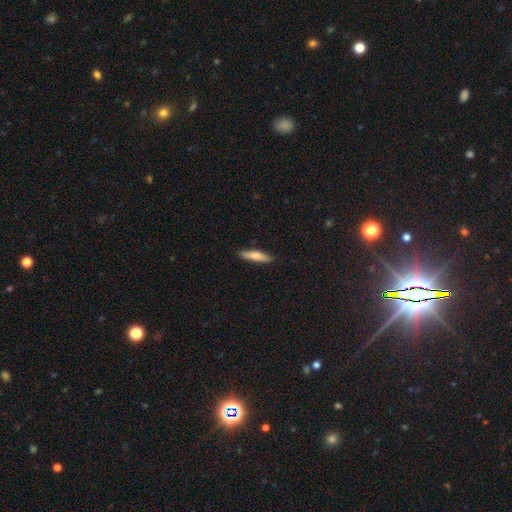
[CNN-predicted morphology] type=smooth (74%); roundness=cigar-shaped (76%); merging=none (88%).